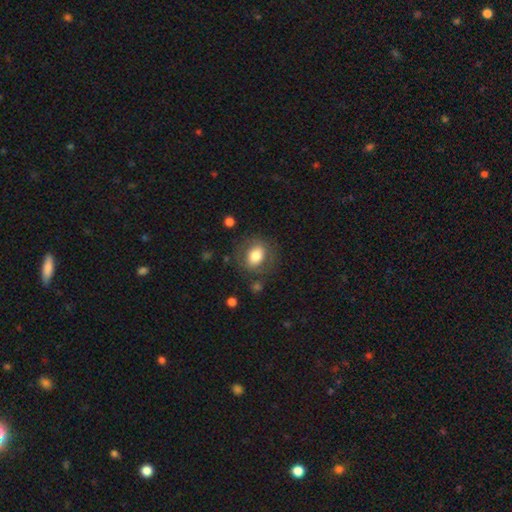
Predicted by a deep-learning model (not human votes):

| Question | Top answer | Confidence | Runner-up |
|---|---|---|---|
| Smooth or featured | smooth | 70% | featured or disk (23%) |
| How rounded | in between | 52% | round (47%) |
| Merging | none | 75% | minor disturbance (14%) |